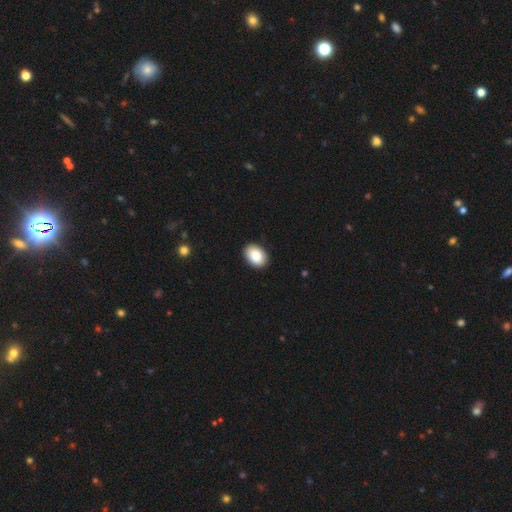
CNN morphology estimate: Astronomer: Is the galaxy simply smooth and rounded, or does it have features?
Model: smooth — 88%.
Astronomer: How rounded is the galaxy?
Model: in between — 84%.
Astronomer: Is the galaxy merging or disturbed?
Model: none — 90%.